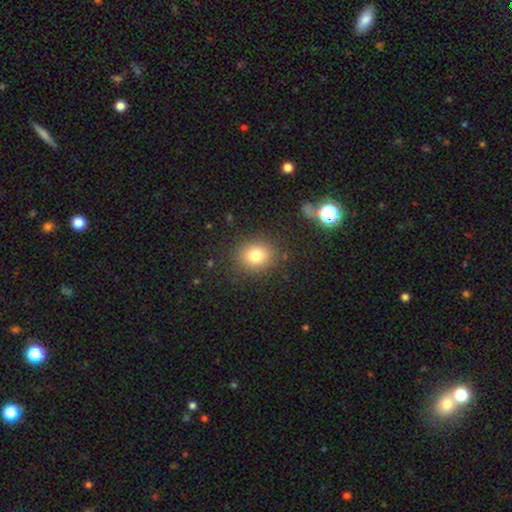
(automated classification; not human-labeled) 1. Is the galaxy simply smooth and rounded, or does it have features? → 78% smooth, 13% star or artifact, 9% featured or disk.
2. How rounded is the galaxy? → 73% round, 26% in between, 1% cigar-shaped.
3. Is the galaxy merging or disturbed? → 86% none, 9% minor disturbance, 4% major disturbance, 2% merger.